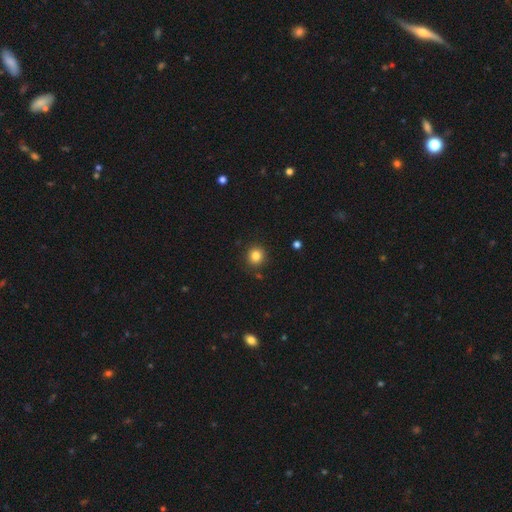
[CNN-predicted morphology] Smooth or featured?
  - smooth: 83% *
  - star or artifact: 12%
  - featured or disk: 6%
How rounded?
  - round: 92% *
  - in between: 7%
  - cigar-shaped: 1%
Merging?
  - none: 88% *
  - minor disturbance: 7%
  - major disturbance: 2%
  - merger: 2%